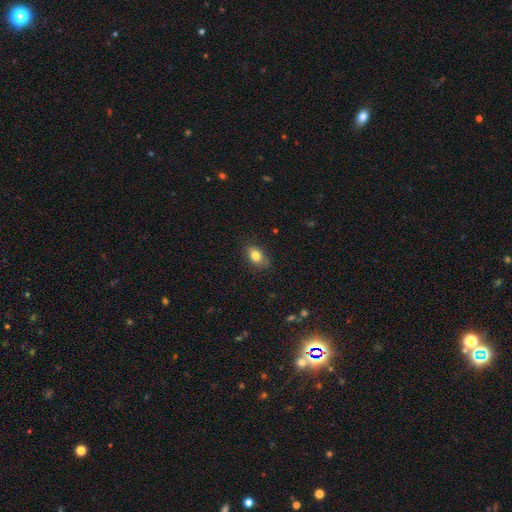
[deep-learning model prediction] A smooth galaxy with no disk features (81%) that is in between round and cigar-shaped (82%).

Vote fractions:
- Smooth or featured? smooth: 81% / featured or disk: 10% / star or artifact: 9%
- How rounded? in between: 82% / round: 15% / cigar-shaped: 2%
- Merging? none: 78% / minor disturbance: 18% / major disturbance: 3% / merger: 1%